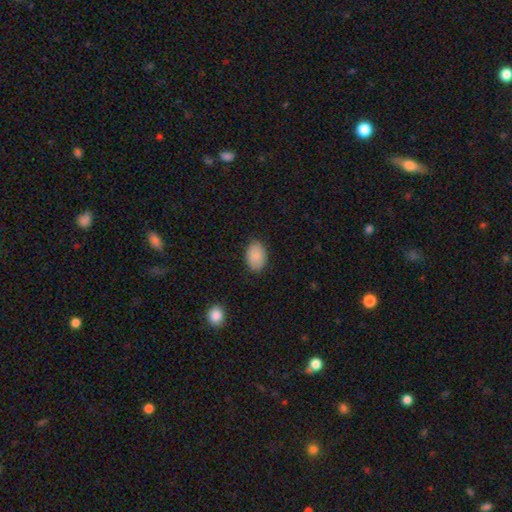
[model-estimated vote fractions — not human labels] The model was most divided on "merging": none: 85%, minor disturbance: 12%, major disturbance: 2%, merger: 1%. More confident: smooth or featured — smooth (89%); how rounded — in between (86%).